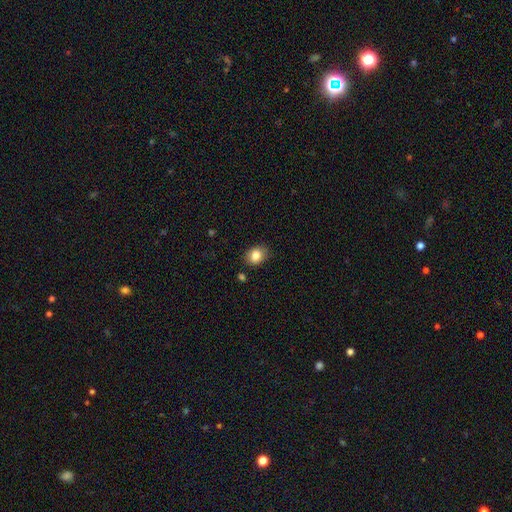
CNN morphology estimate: Smooth or featured? Predicted: smooth (p=0.84). How rounded? Predicted: in between (p=0.53). Merging? Predicted: none (p=0.82).